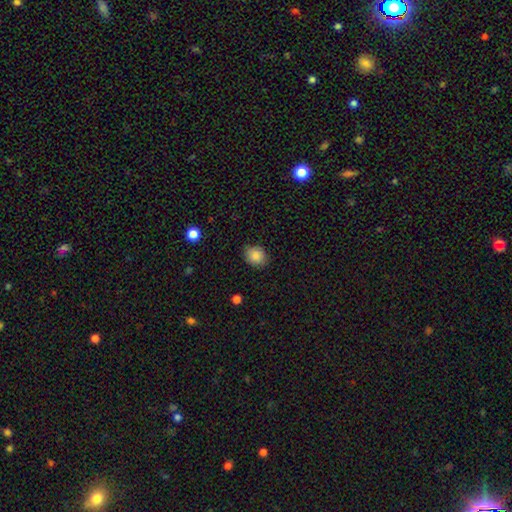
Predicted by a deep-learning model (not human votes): This is clearly a smooth galaxy (86%). How rounded: possibly round (53%). Merging: clearly none (84%).